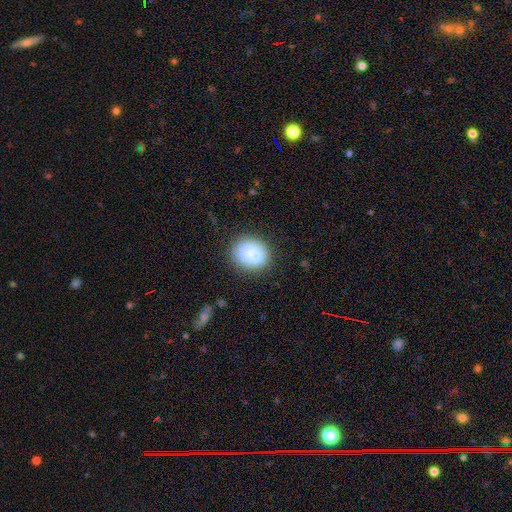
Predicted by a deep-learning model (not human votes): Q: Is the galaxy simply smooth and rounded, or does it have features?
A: smooth — 78%.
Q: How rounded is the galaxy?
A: round — 67%.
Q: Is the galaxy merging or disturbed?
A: none — 73%.